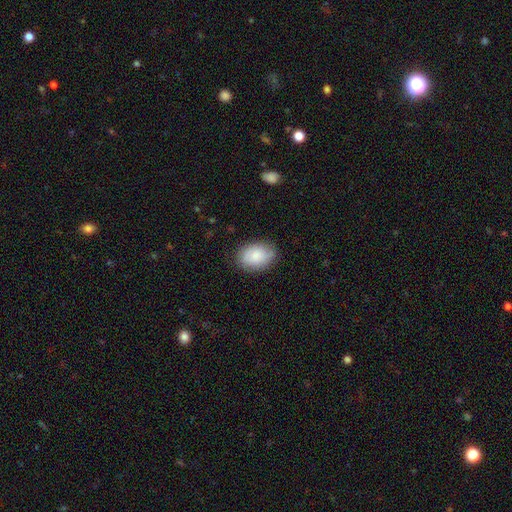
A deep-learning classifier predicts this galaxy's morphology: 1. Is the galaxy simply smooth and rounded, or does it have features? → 83% smooth, 11% featured or disk, 7% star or artifact.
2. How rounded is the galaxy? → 82% in between, 17% round, 1% cigar-shaped.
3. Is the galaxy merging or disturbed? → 81% none, 14% minor disturbance, 3% major disturbance, 1% merger.